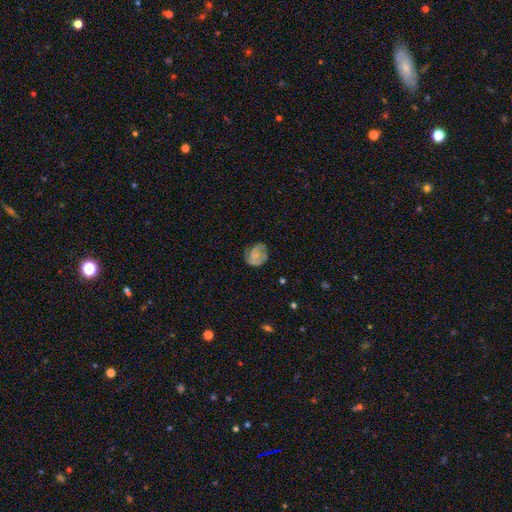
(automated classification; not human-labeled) This appears to be a featured or disk galaxy (46%). Merging: none (60%).